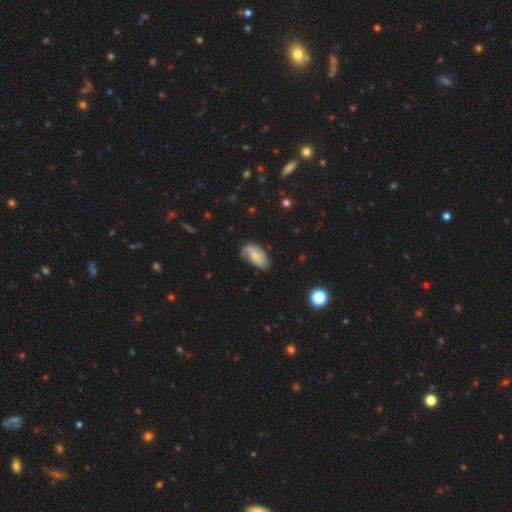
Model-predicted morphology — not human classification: type=smooth (50%); roundness=in between (92%); merging=none (50%).